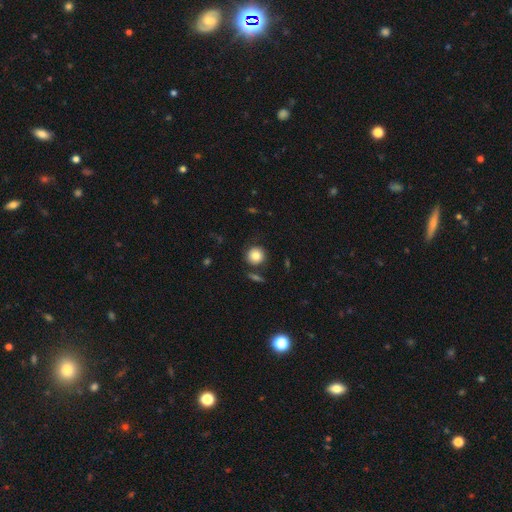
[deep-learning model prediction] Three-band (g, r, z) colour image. It shows a smooth galaxy with no disk features (82%) that is round (91%). Merging: none (82%).